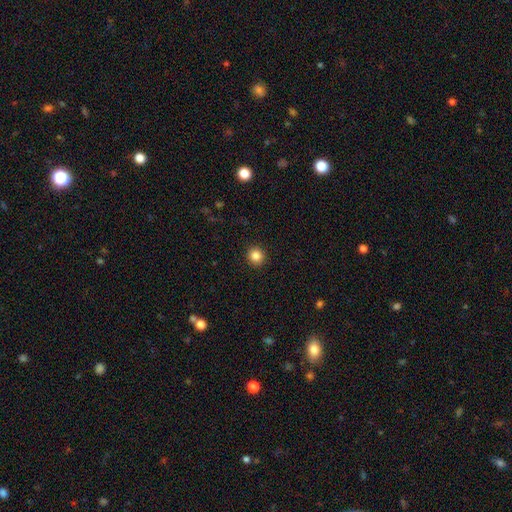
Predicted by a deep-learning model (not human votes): smooth 85%, star or artifact 11%, featured or disk 4%. Down the decision tree: how rounded — round (94%); merging — none (93%).